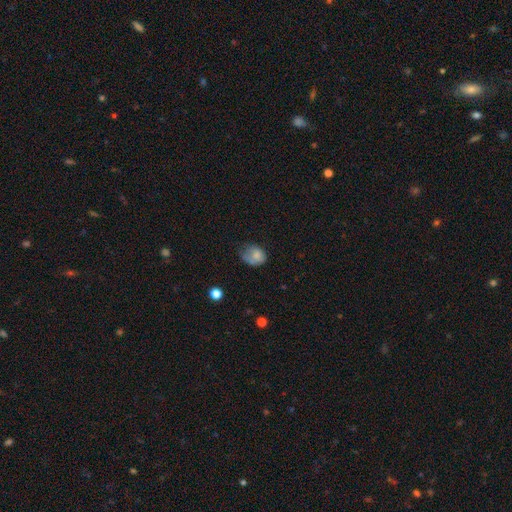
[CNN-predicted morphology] smooth_or_featured: smooth (p=0.74) [alt: featured or disk p=0.16]
how_rounded: in between (p=0.58) [alt: round p=0.41]
merging: minor disturbance (p=0.36) [tied with: none p=0.36]